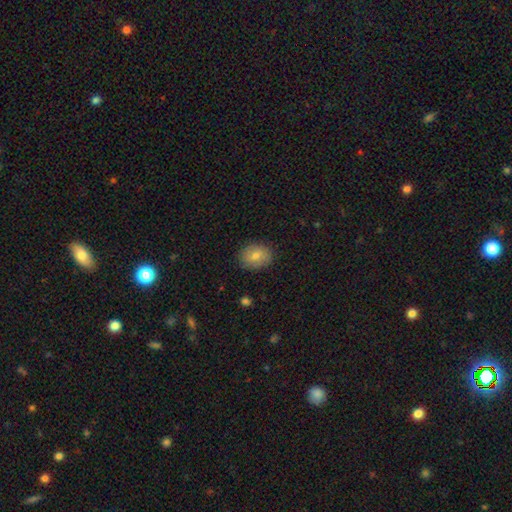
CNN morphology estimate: The model was most divided on "how rounded": in between: 56%, round: 43%, cigar-shaped: 1%. More confident: merging — none (85%); smooth or featured — smooth (77%).